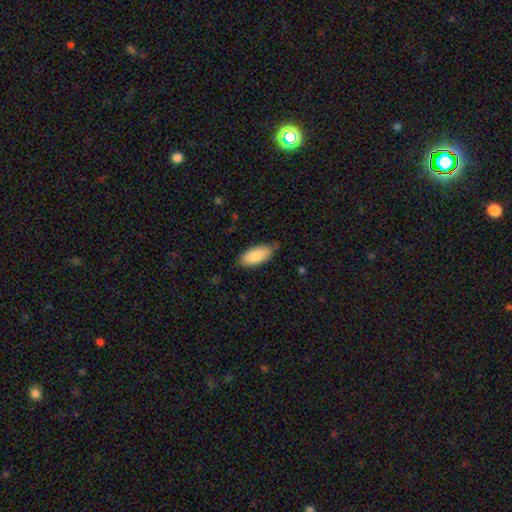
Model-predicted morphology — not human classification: Smooth or featured?
  - smooth: 87% *
  - featured or disk: 8%
  - star or artifact: 6%
How rounded?
  - in between: 88% *
  - cigar-shaped: 10%
  - round: 2%
Merging?
  - none: 72% *
  - minor disturbance: 23%
  - major disturbance: 4%
  - merger: 2%